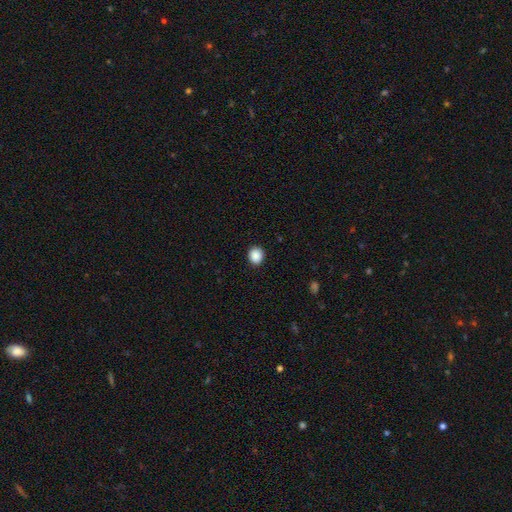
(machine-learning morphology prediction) Overall: smooth (89%). How rounded: round (81%). Merging: none (92%).